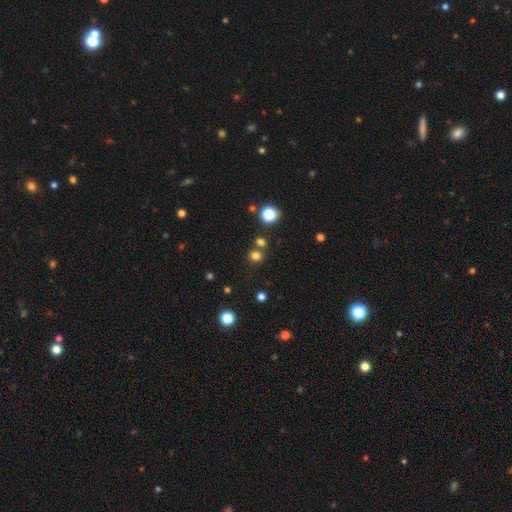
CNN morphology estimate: type=smooth (74%); roundness=round (84%); merging=none (73%).